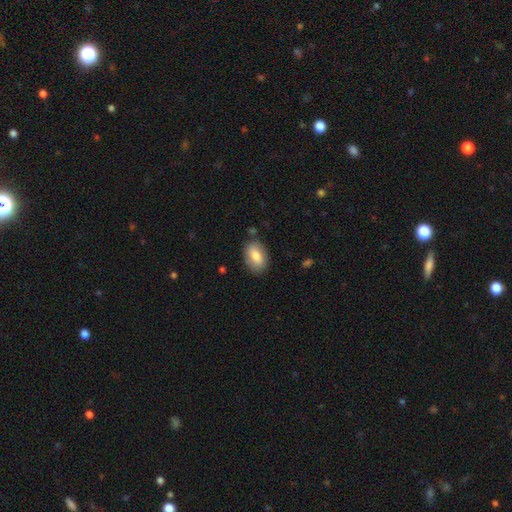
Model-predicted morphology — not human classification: A smooth galaxy with no disk features (80%) that is in between round and cigar-shaped (90%).

Vote fractions:
- Smooth or featured? smooth: 80% / featured or disk: 14% / star or artifact: 7%
- How rounded? in between: 90% / round: 8% / cigar-shaped: 2%
- Merging? none: 83% / minor disturbance: 12% / major disturbance: 3% / merger: 2%